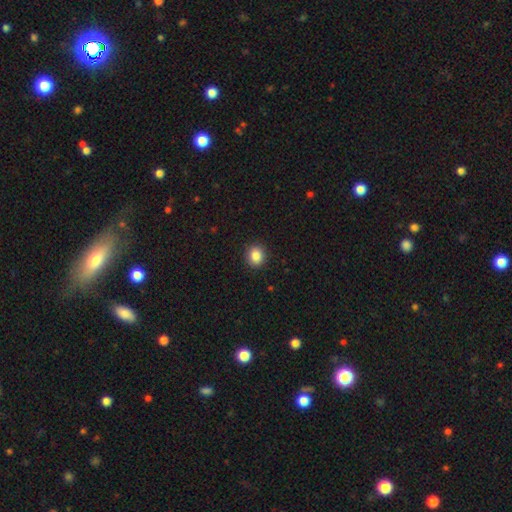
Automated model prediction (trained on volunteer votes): smooth 86%, star or artifact 10%, featured or disk 4%. Down the decision tree: how rounded — round (77%); merging — none (91%).